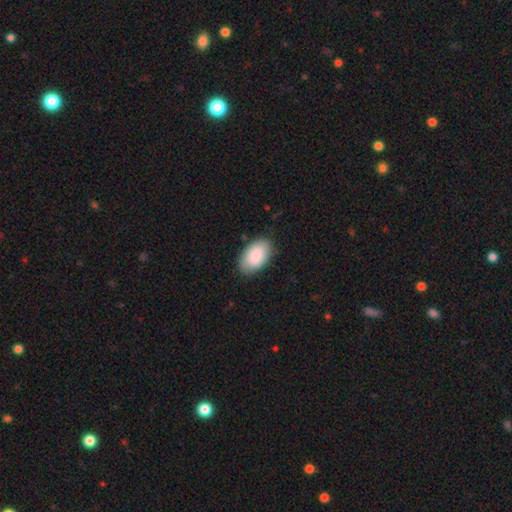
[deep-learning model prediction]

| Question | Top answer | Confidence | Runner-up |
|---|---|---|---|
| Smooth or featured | smooth | 87% | featured or disk (8%) |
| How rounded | in between | 94% | round (4%) |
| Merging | none | 82% | minor disturbance (14%) |